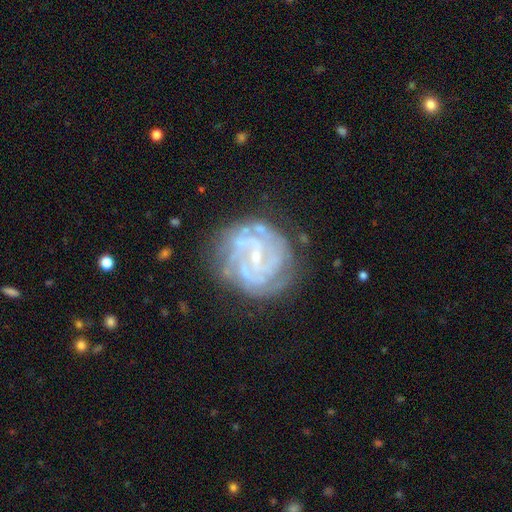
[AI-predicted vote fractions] This is clearly a featured or disk galaxy (84%). It is clearly not viewed edge-on (98%). Bar: possibly weak (49%). Spiral arm pattern: clearly yes (93%). Spiral arm count: marginally can't tell (32%). Spiral winding: likely tight (64%). Central bulge: likely small (76%). Merging: likely none (72%).